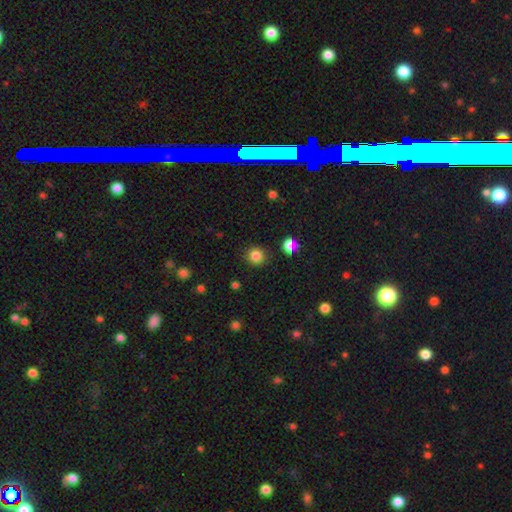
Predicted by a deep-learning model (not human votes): smooth_or_featured: smooth (p=0.83) [alt: star or artifact p=0.13]
how_rounded: round (p=0.91) [alt: in between p=0.08]
merging: none (p=0.89) [alt: minor disturbance p=0.07]